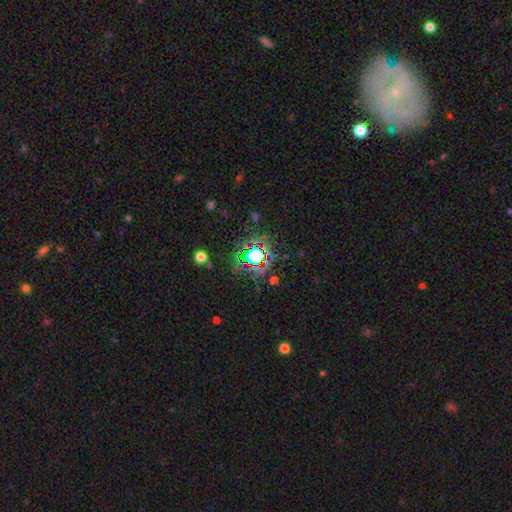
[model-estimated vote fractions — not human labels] Smooth or featured?
  - star or artifact: 69% *
  - smooth: 20%
  - featured or disk: 11%